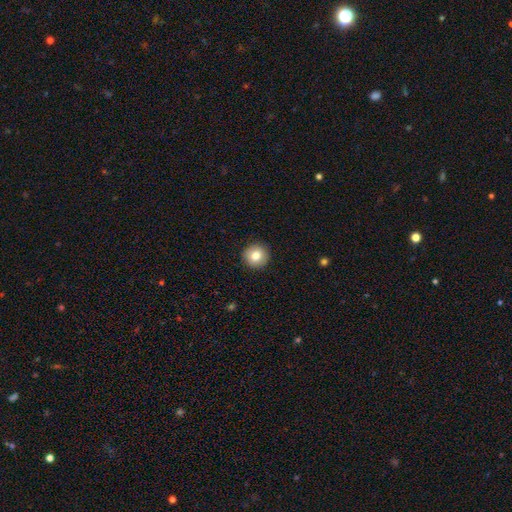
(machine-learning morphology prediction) smooth 82%, star or artifact 9%, featured or disk 9%. Down the decision tree: how rounded — round (95%); merging — none (93%).